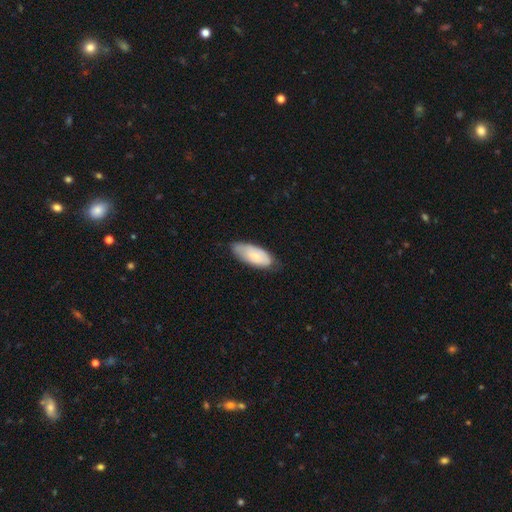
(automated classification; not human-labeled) Morphology: type=smooth (74%); roundness=in between (88%); merging=none (64%).